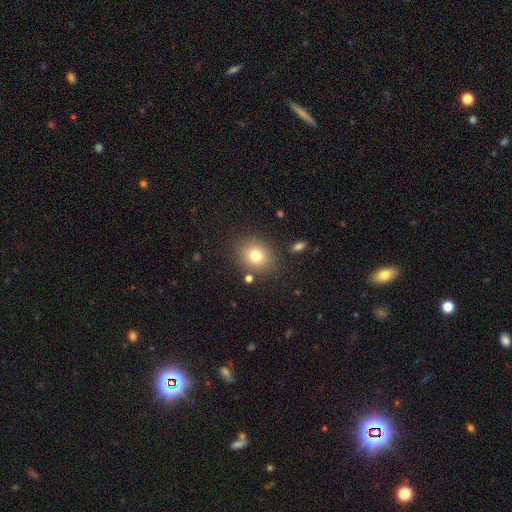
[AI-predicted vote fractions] Morphology: type=smooth (77%); roundness=round (65%); merging=none (84%).